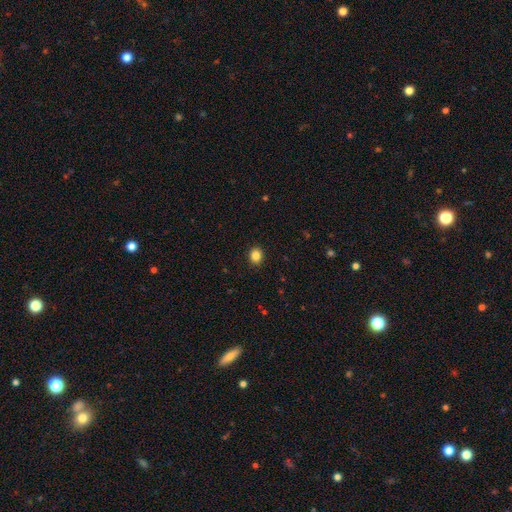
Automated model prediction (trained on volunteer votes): This is clearly a smooth galaxy (85%). How rounded: likely round (69%). Merging: clearly none (92%).